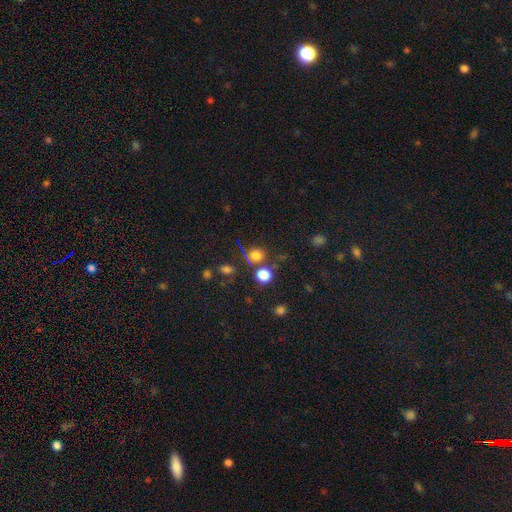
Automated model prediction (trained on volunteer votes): smooth-or-featured: smooth: 72% | star or artifact: 22% | featured or disk: 7%
  how-rounded: round: 90% | in between: 9% | cigar-shaped: 1%
  merging: none: 72% | merger: 14% | minor disturbance: 9% | major disturbance: 5%